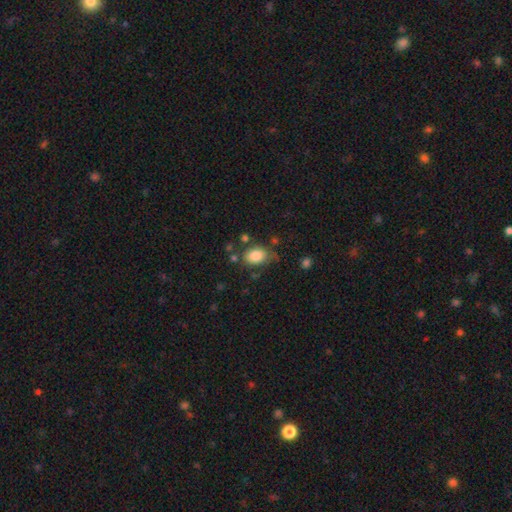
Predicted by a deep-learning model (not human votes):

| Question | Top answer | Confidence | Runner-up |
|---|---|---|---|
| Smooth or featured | smooth | 84% | star or artifact (9%) |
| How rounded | in between | 82% | round (17%) |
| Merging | none | 62% | minor disturbance (23%) |